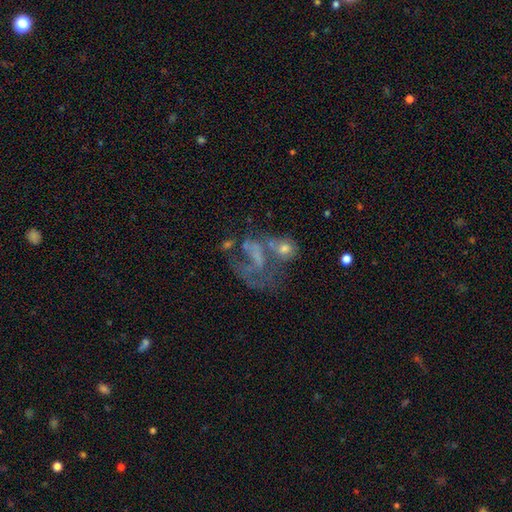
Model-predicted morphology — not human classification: This appears to be a featured or disk galaxy (59%) with no bar (72%), no spiral arms (62%) and no central bulge (64%). Merging: major disturbance (39%).